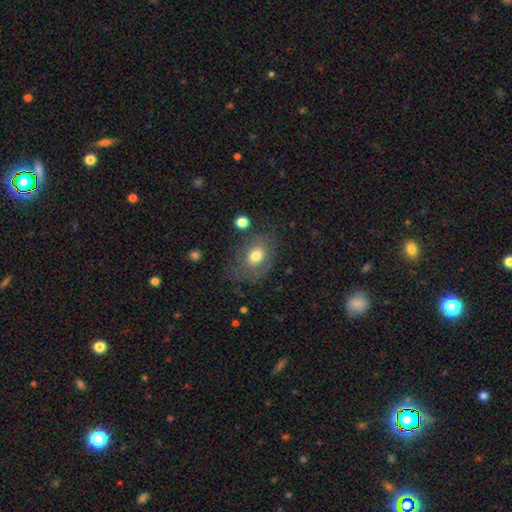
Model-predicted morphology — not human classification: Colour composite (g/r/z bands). It shows a smooth galaxy with no disk features (69%) that is in between round and cigar-shaped (62%). Merging: none (60%).